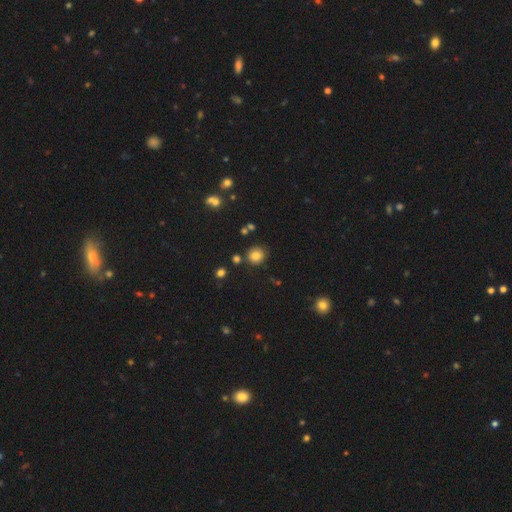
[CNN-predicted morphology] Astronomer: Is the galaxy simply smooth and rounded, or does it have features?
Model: smooth — 81%.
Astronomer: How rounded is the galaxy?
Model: round — 87%.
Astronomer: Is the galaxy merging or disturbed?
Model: none — 82%.